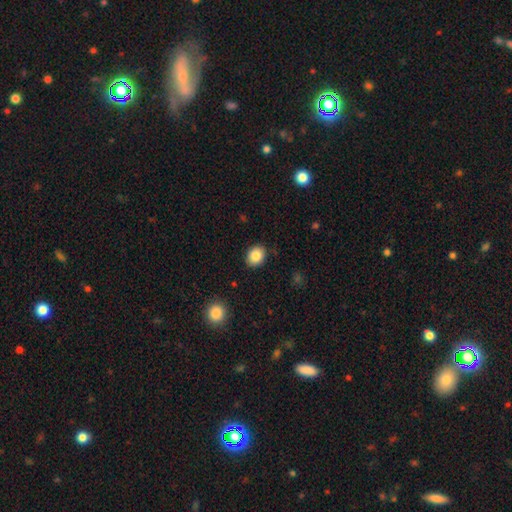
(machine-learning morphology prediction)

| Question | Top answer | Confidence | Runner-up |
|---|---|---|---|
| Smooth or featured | smooth | 85% | star or artifact (9%) |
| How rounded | in between | 51% | round (48%) |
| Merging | none | 88% | minor disturbance (8%) |